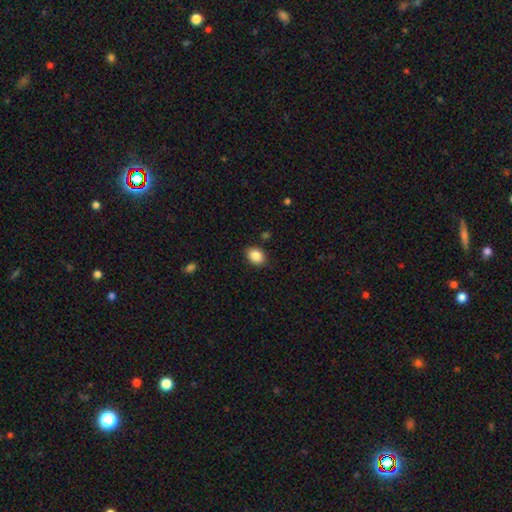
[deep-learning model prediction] A smooth galaxy with no disk features (87%) that is in between round and cigar-shaped (64%). Merging: none (87%).